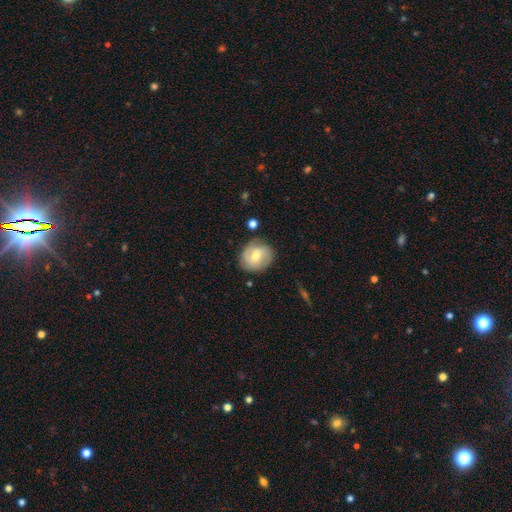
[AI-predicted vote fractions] The model was most divided on "smooth or featured": smooth: 47%, featured or disk: 45%, star or artifact: 7%. More confident: merging — none (76%).